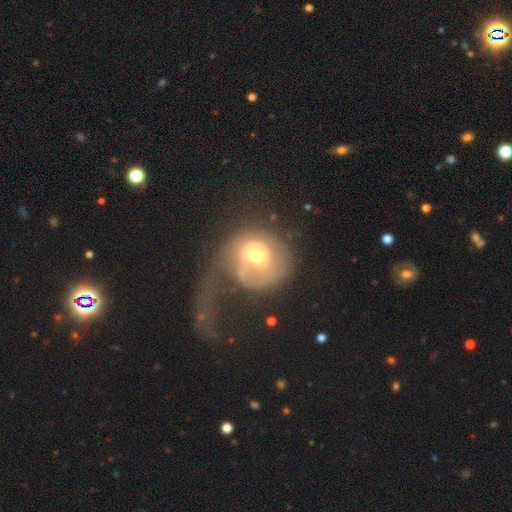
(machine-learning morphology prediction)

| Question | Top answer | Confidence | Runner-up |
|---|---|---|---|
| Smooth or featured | featured or disk | 61% | smooth (32%) |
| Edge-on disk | no | 97% | yes (3%) |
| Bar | no | 68% | weak (26%) |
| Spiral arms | yes | 66% | no (34%) |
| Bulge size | moderate | 66% | large (15%) |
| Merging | major disturbance | 63% | none (19%) |